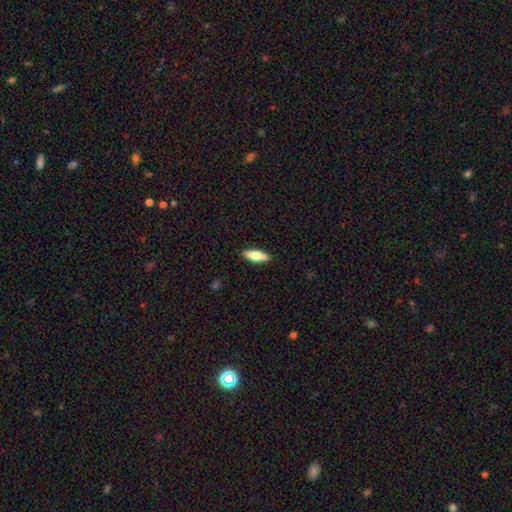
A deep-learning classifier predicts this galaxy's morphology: Smooth or featured? smooth (72%)
How rounded? in between (65%)
Merging? none (90%)